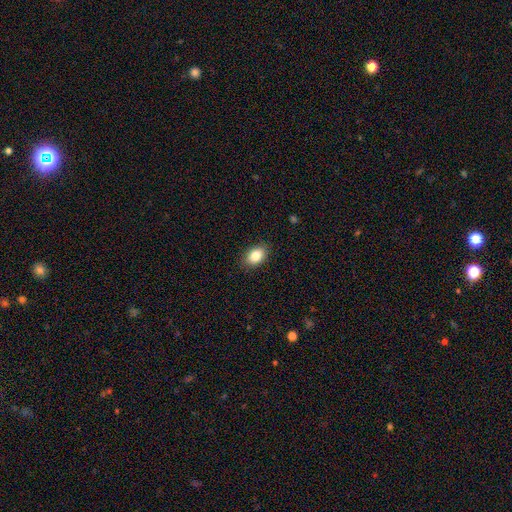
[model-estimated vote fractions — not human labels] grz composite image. It shows a smooth galaxy with no disk features (85%) that is in between round and cigar-shaped (83%). Merging: none (87%).